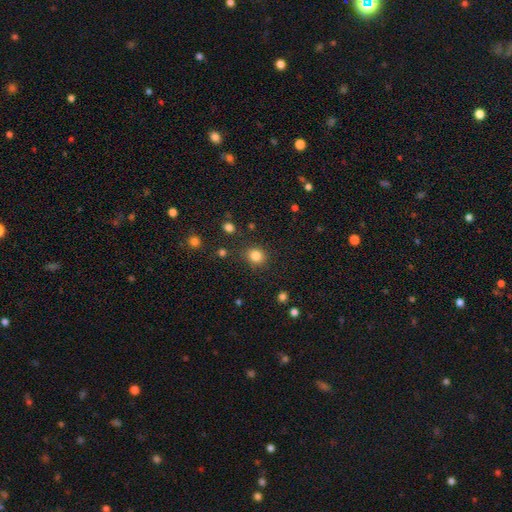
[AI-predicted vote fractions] The model was most divided on "how rounded": round: 78%, in between: 21%, cigar-shaped: 1%. More confident: merging — none (84%); smooth or featured — smooth (83%).